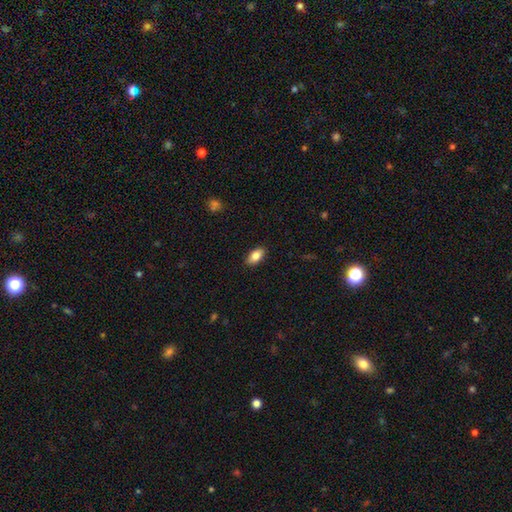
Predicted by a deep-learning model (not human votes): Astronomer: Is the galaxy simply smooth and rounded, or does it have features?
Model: smooth — 83%.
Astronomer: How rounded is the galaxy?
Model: in between — 92%.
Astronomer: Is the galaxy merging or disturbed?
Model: none — 89%.